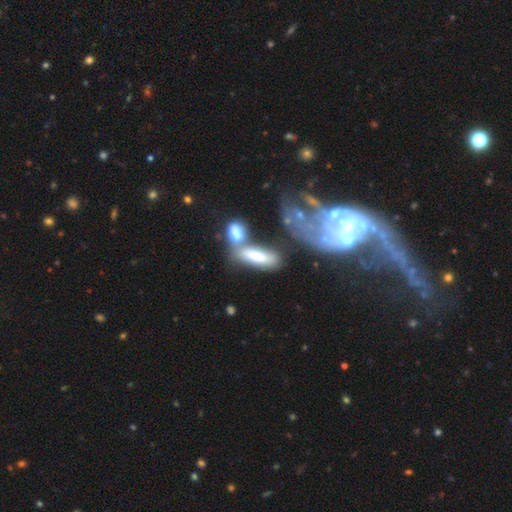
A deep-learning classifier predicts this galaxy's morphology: A smooth galaxy with no disk features (63%) that is in between round and cigar-shaped (64%). Merging: merger (47%).